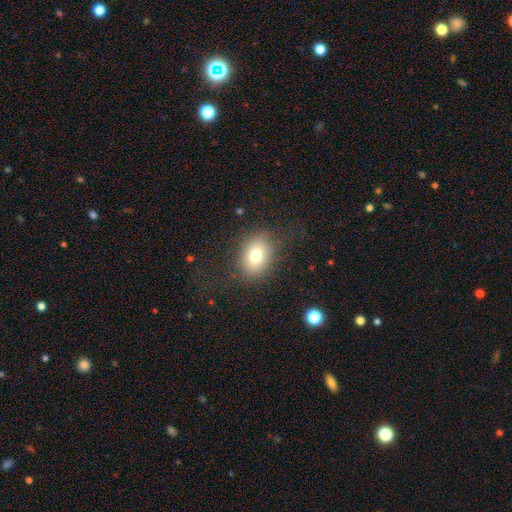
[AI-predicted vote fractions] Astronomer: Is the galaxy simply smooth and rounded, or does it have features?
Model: smooth — 75%.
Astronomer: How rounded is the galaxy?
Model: in between — 58% (runner-up: round, 41%).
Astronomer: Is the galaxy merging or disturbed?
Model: none — 81%.